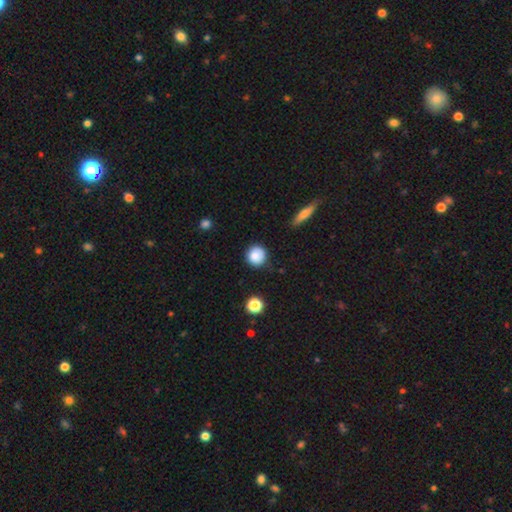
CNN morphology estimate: A smooth galaxy with no disk features (84%) that is round (92%). Merging: none (85%).